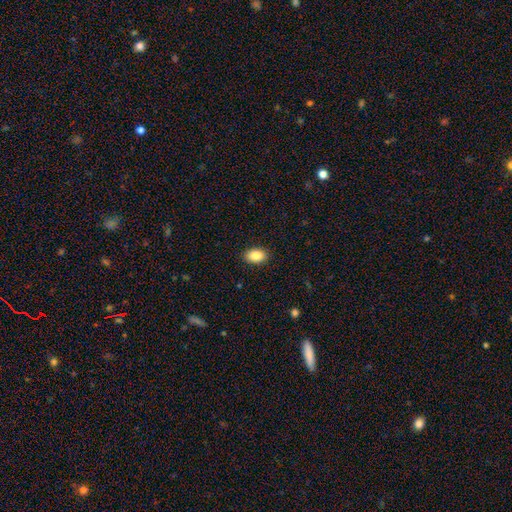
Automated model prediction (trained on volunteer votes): Smooth or featured? Predicted: smooth (p=0.87). How rounded? Predicted: in between (p=0.88). Merging? Predicted: none (p=0.90).